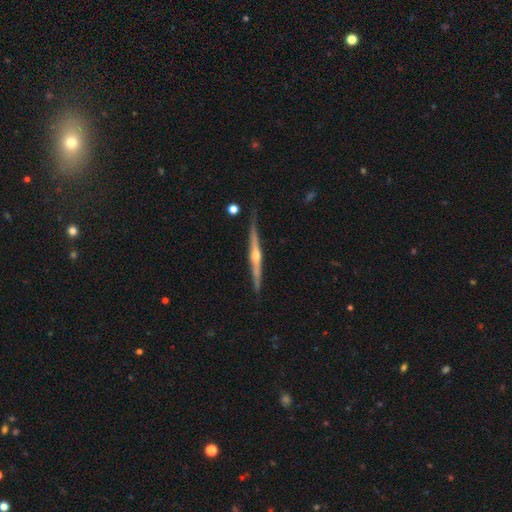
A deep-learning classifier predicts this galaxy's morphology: type=featured or disk (83%); edge-on=yes (98%); edge-on bulge=rounded (88%); merging=none (86%).